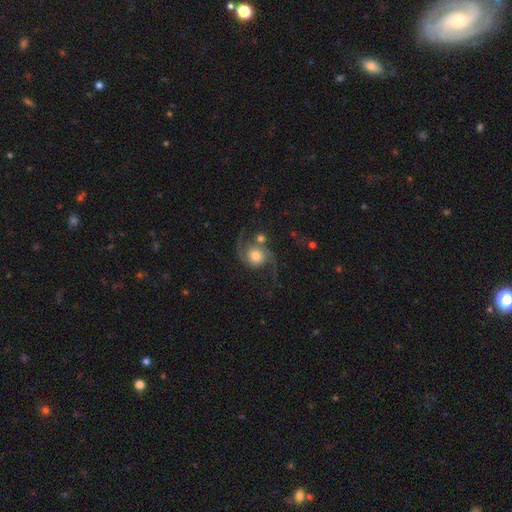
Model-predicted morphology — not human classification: Smooth or featured? featured or disk (82%)
Edge-on disk? no (98%)
Bar? no (75%)
Spiral arms? yes (96%)
Spiral winding? loose (60%)
Spiral arm count? 2 (92%)
Bulge size? moderate (46%)
Merging? none (58%)